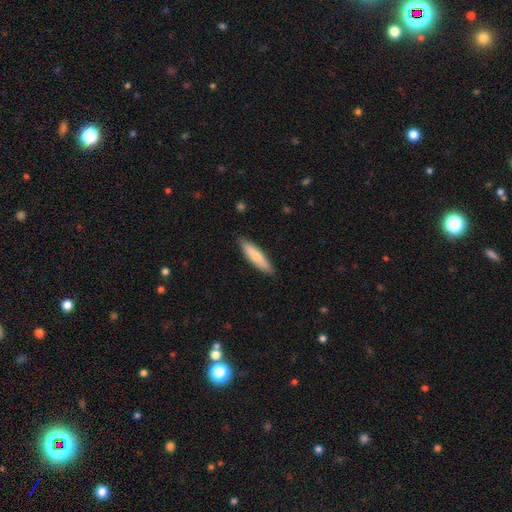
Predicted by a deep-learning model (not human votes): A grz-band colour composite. It shows a smooth galaxy with no disk features (74%) that is cigar-shaped (78%). Merging: none (88%).